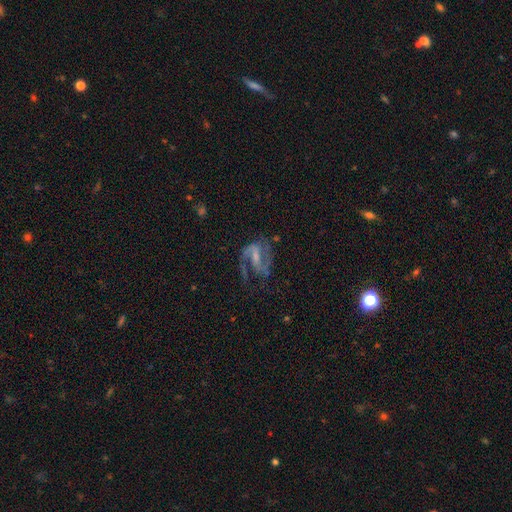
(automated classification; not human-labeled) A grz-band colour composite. It shows a featured or disk galaxy (85%) with a weak bar (46%), 2 (80%) medium (52%) spiral arms (94%) and a small central bulge (48%). Merging: none (52%).